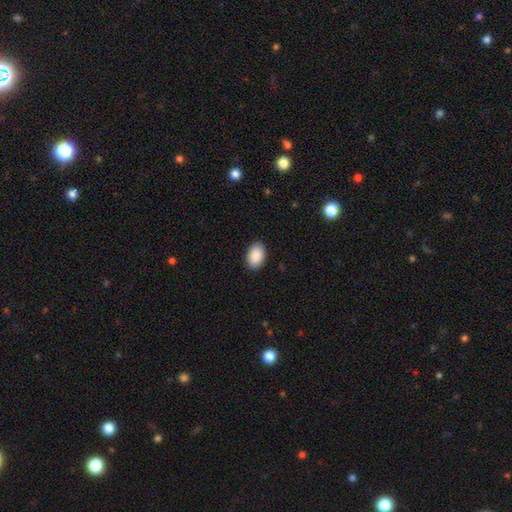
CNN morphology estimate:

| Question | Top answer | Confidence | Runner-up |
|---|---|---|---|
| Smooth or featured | smooth | 90% | star or artifact (6%) |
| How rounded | in between | 90% | round (9%) |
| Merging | none | 89% | minor disturbance (8%) |